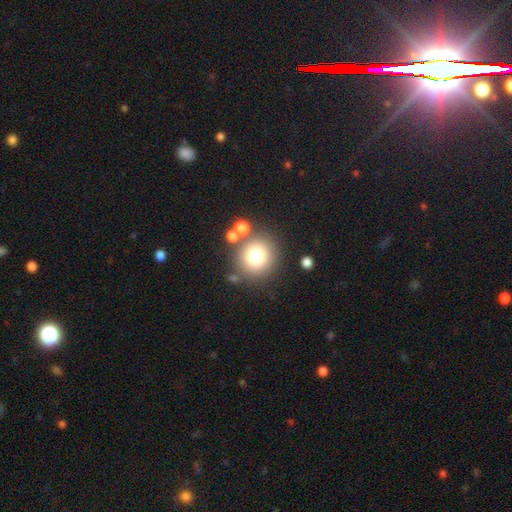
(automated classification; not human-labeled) A smooth galaxy with no disk features (75%) that is round (92%).

Vote fractions:
- Smooth or featured? smooth: 75% / star or artifact: 14% / featured or disk: 12%
- How rounded? round: 92% / in between: 7% / cigar-shaped: 1%
- Merging? none: 77% / merger: 10% / minor disturbance: 9% / major disturbance: 4%